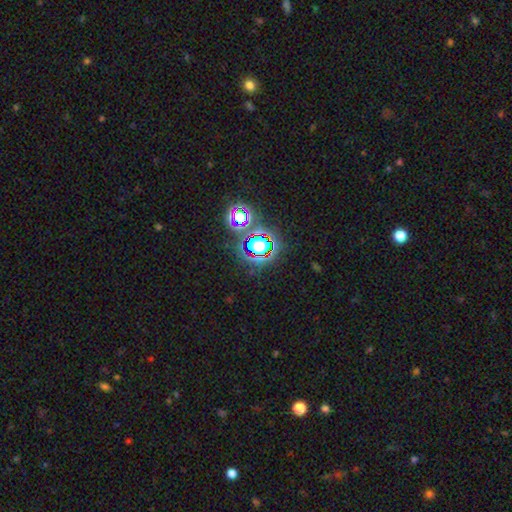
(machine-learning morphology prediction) Smooth or featured: star or artifact — 78% (smooth — 13%)